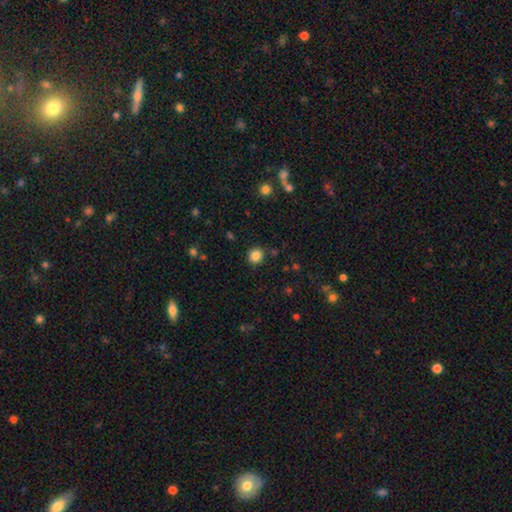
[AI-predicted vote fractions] Smooth or featured?
  - smooth: 84% *
  - star or artifact: 11%
  - featured or disk: 4%
How rounded?
  - round: 86% *
  - in between: 13%
  - cigar-shaped: 1%
Merging?
  - none: 88% *
  - minor disturbance: 7%
  - major disturbance: 2%
  - merger: 2%